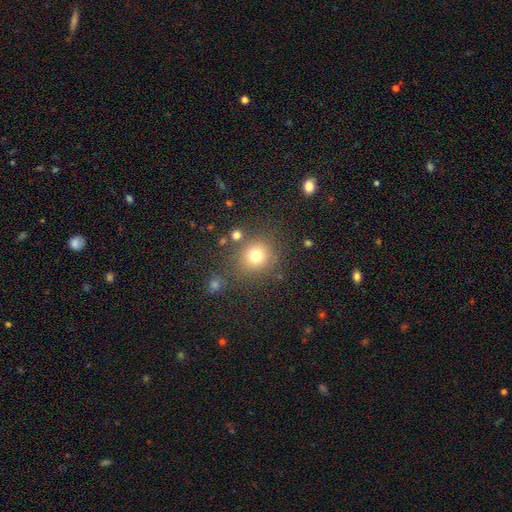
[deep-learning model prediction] A smooth galaxy with no disk features (75%) that is round (87%).

Vote fractions:
- Smooth or featured? smooth: 75% / star or artifact: 16% / featured or disk: 9%
- How rounded? round: 87% / in between: 12% / cigar-shaped: 1%
- Merging? none: 78% / minor disturbance: 11% / merger: 7% / major disturbance: 5%